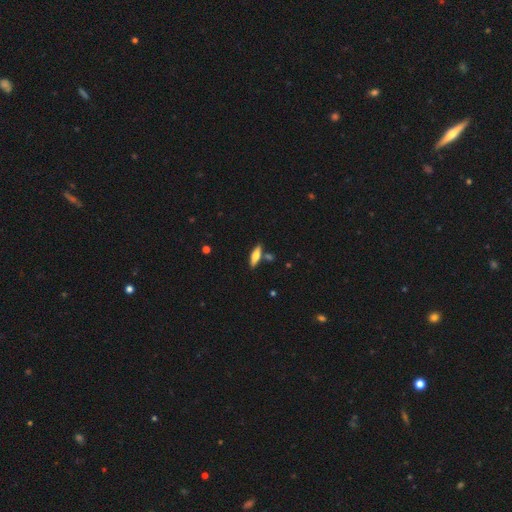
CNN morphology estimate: smooth-or-featured: smooth: 63% | featured or disk: 31% | star or artifact: 7%
  how-rounded: cigar-shaped: 52% | in between: 46% | round: 2%
  merging: none: 79% | minor disturbance: 11% | merger: 7% | major disturbance: 3%